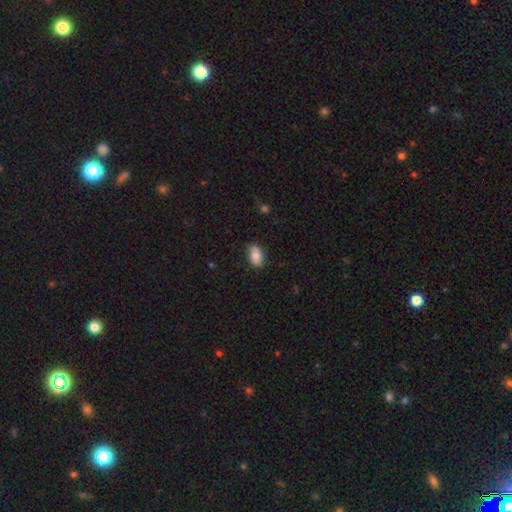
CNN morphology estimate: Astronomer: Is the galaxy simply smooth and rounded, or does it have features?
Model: smooth — 80%.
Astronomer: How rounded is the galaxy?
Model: in between — 90%.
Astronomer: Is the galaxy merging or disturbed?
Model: none — 83%.